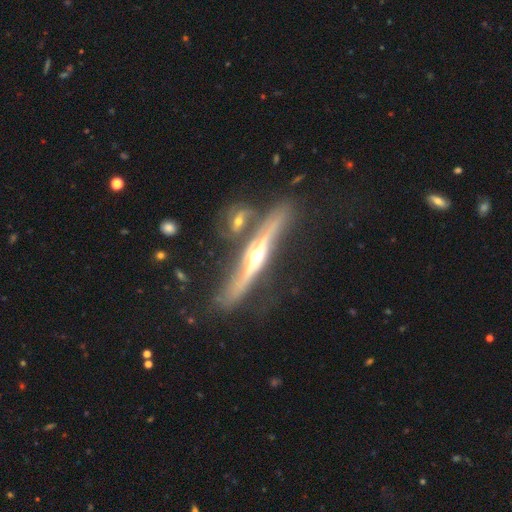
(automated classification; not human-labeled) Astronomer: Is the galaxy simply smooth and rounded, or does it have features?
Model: featured or disk — 83%.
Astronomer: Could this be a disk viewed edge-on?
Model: yes — 93%.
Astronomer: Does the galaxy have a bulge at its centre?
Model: rounded — 91%.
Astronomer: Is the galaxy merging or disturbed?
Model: none — 57%.